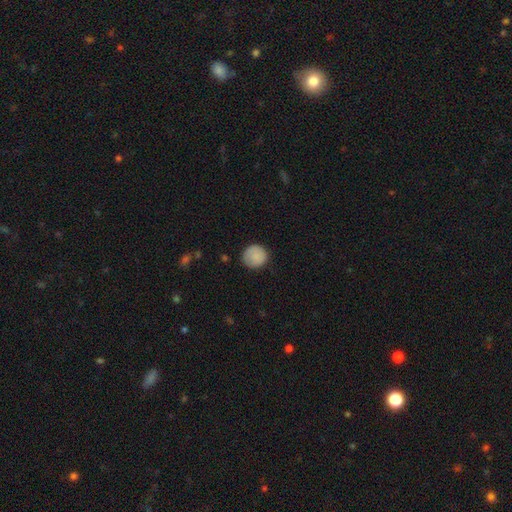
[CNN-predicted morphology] smooth_or_featured: smooth (p=0.86) [alt: star or artifact p=0.07]
how_rounded: round (p=0.92) [alt: in between p=0.07]
merging: none (p=0.83) [alt: minor disturbance p=0.13]